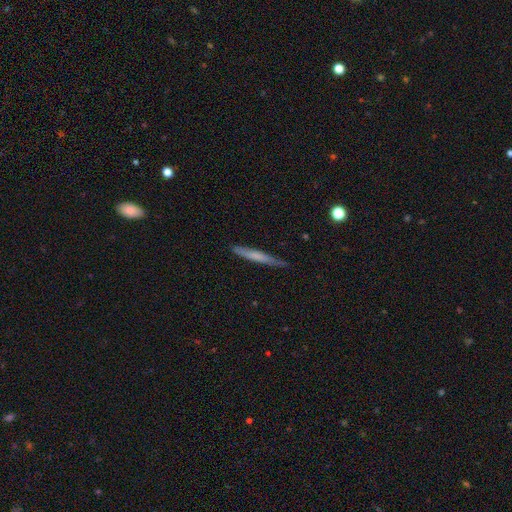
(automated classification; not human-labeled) Smooth or featured?
  - smooth: 56% *
  - featured or disk: 38%
  - star or artifact: 6%
How rounded?
  - cigar-shaped: 96% *
  - in between: 3%
  - round: 1%
Merging?
  - none: 81% *
  - minor disturbance: 15%
  - major disturbance: 3%
  - merger: 2%